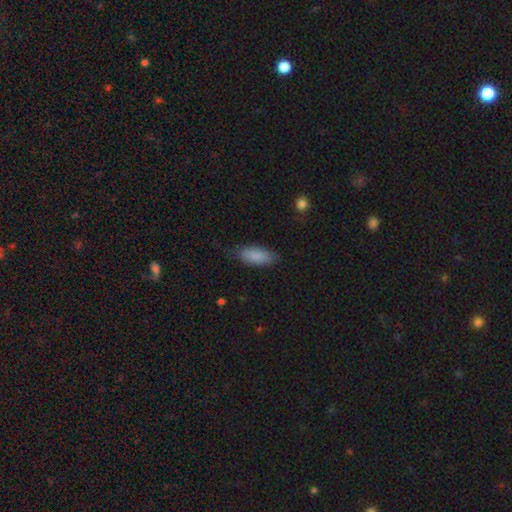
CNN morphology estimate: type=smooth (87%); roundness=in between (81%); merging=none (75%).